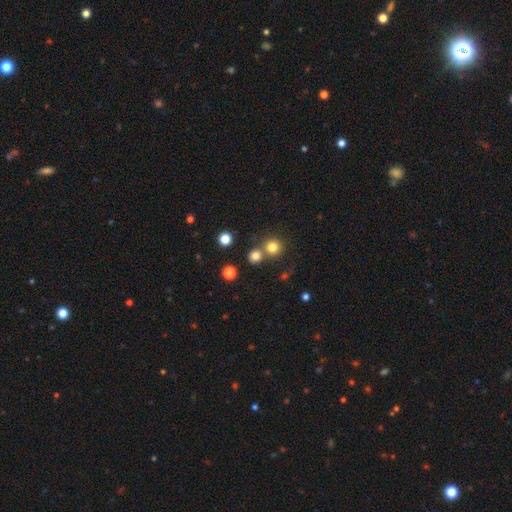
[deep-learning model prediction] This appears to be a smooth galaxy with no disk features (78%) that is round (89%). Merging: none (68%).